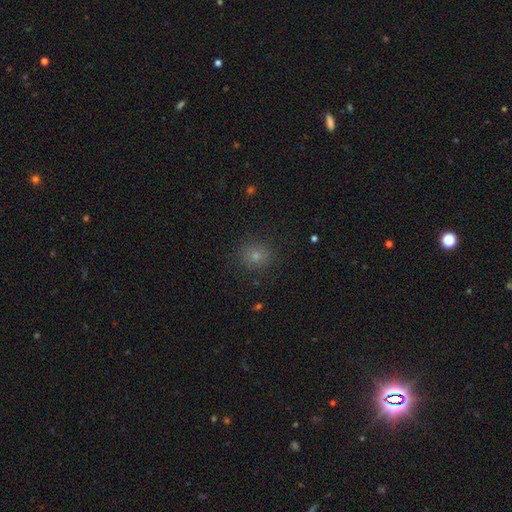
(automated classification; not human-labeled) Q: Smooth or featured?
A: smooth (74%); runner-up: star or artifact (17%)
Q: How rounded?
A: round (83%); runner-up: in between (16%)
Q: Merging?
A: none (87%); runner-up: minor disturbance (9%)